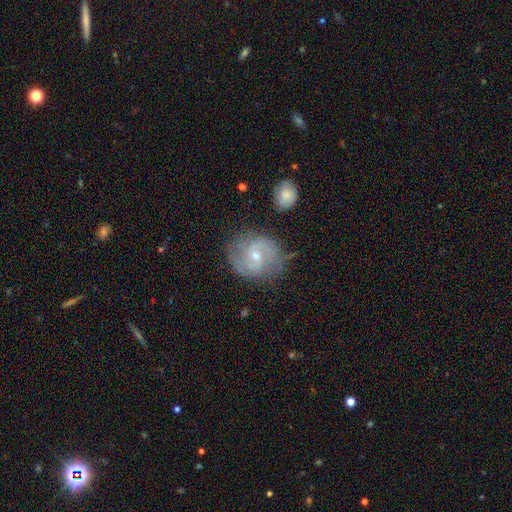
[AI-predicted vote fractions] Smooth or featured?
  - featured or disk: 82% *
  - smooth: 12%
  - star or artifact: 7%
Edge-on disk?
  - no: 97% *
  - yes: 3%
Bar?
  - weak: 49% *
  - no: 39%
  - strong: 12%
Spiral arms?
  - yes: 94% *
  - no: 6%
Spiral winding?
  - medium: 48% *
  - tight: 34%
  - loose: 17%
Spiral arm count?
  - 2: 76% *
  - can't tell: 11%
  - 3: 6%
  - 1: 2%
  - 4: 2%
  - more than 4: 2%
Bulge size?
  - small: 57% *
  - moderate: 40%
  - none: 1%
  - large: 1%
  - dominant: 1%
Merging?
  - none: 75% *
  - minor disturbance: 17%
  - major disturbance: 6%
  - merger: 3%